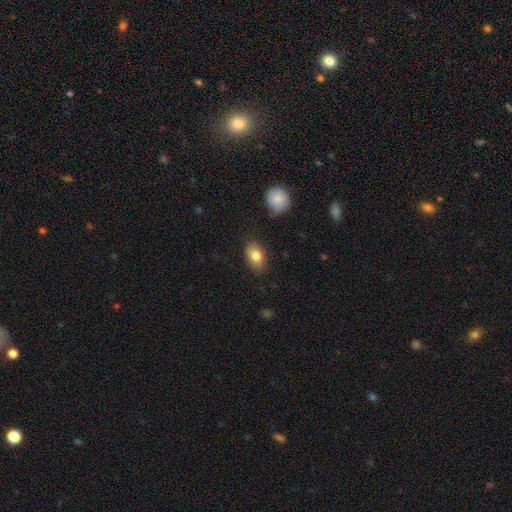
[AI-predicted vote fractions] Smooth or featured: smooth — 81% (featured or disk — 11%)
How rounded: in between — 86% (round — 12%)
Merging: none — 82% (minor disturbance — 13%)